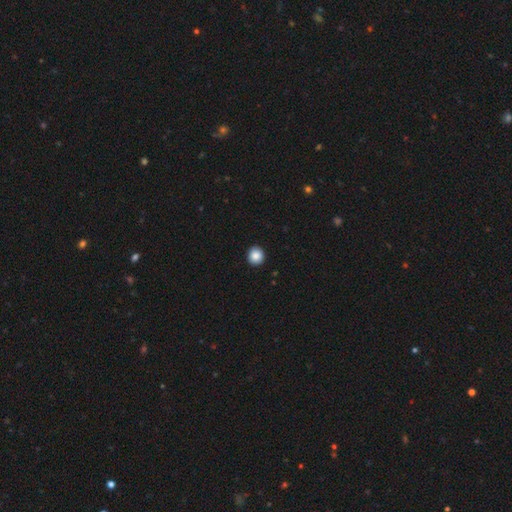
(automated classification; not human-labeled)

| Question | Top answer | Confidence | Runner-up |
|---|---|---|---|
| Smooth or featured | smooth | 88% | star or artifact (9%) |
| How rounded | round | 89% | in between (10%) |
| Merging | none | 93% | minor disturbance (5%) |